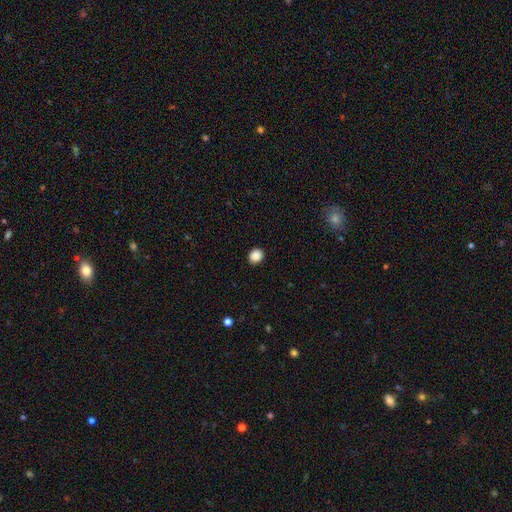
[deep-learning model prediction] smooth-or-featured: smooth: 88% | star or artifact: 9% | featured or disk: 2%
  how-rounded: round: 76% | in between: 23% | cigar-shaped: 1%
  merging: none: 91% | minor disturbance: 6% | major disturbance: 2% | merger: 1%